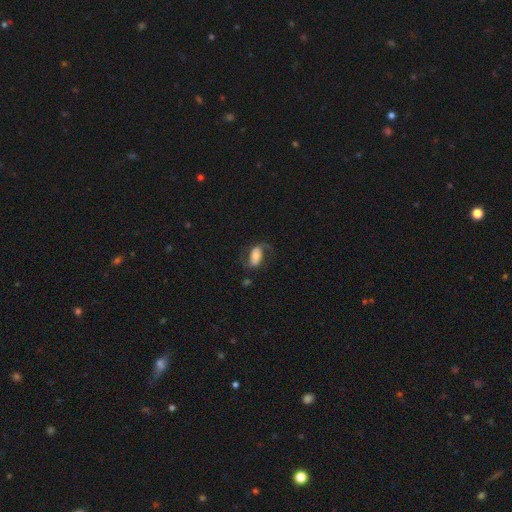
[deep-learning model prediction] This is possibly a featured or disk galaxy (59%). It is clearly not viewed edge-on (95%). Bar: possibly no (45%). Spiral arm pattern: clearly yes (87%). Central bulge: marginally moderate (43%). Merging: likely none (64%).